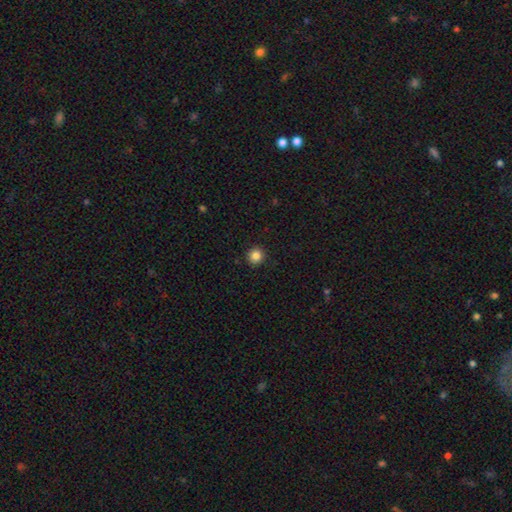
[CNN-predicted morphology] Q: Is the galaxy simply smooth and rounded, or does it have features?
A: smooth — 85%.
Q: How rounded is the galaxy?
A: round — 94%.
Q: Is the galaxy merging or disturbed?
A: none — 92%.